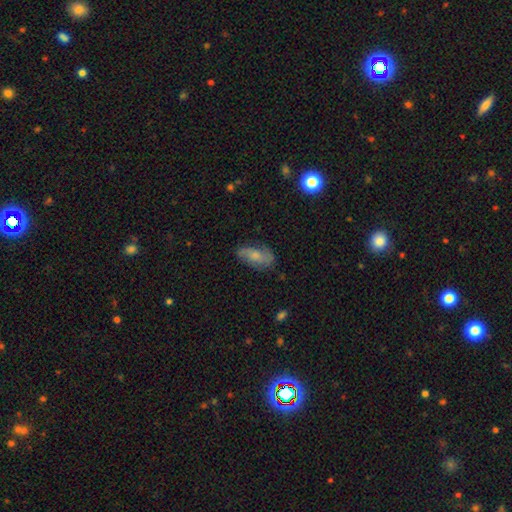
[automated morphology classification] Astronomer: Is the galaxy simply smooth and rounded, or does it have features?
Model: featured or disk — 47% (runner-up: smooth, 45%).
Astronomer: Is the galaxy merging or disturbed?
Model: none — 70%.